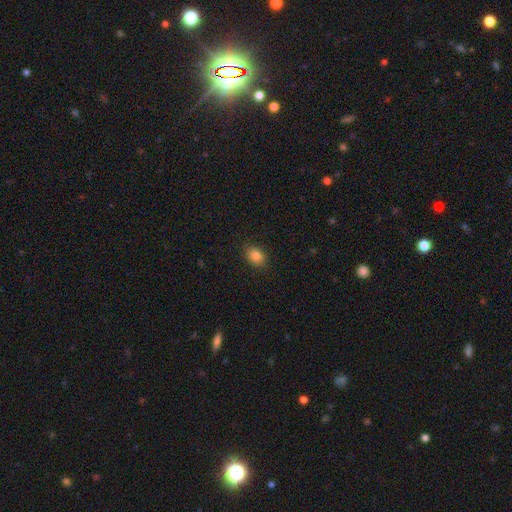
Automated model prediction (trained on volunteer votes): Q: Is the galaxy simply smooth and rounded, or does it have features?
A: smooth — 84%.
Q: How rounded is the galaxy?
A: in between — 73%.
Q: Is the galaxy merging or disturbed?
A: none — 87%.